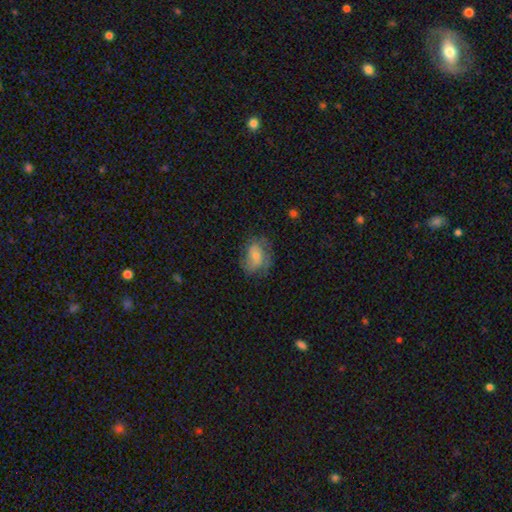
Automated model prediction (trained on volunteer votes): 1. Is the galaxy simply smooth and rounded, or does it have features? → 53% smooth, 39% featured or disk, 8% star or artifact.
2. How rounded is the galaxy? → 64% in between, 35% round, 1% cigar-shaped.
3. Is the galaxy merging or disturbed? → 57% none, 26% minor disturbance, 16% major disturbance, 1% merger.